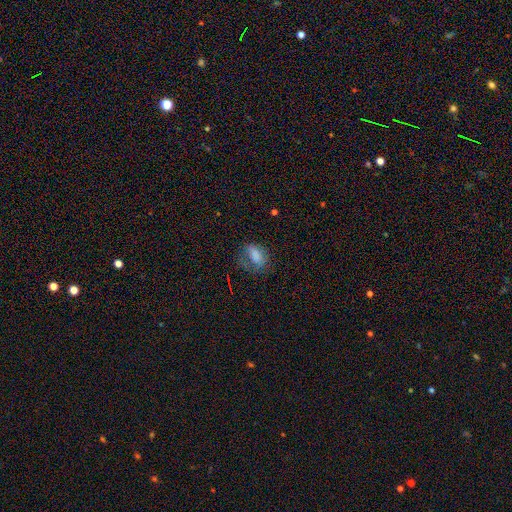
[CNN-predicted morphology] A smooth galaxy with no disk features (74%) that is in between round and cigar-shaped (83%).

Vote fractions:
- Smooth or featured? smooth: 74% / featured or disk: 14% / star or artifact: 12%
- How rounded? in between: 83% / round: 12% / cigar-shaped: 5%
- Merging? none: 45% / minor disturbance: 27% / major disturbance: 26% / merger: 2%